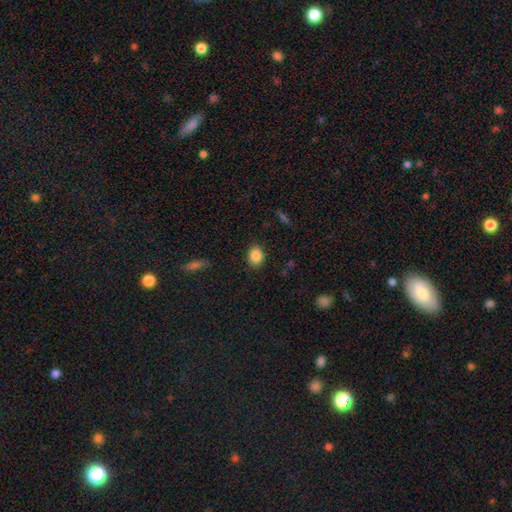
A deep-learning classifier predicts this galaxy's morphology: smooth 86%, star or artifact 9%, featured or disk 5%. Down the decision tree: how rounded — in between (57%); merging — none (88%).